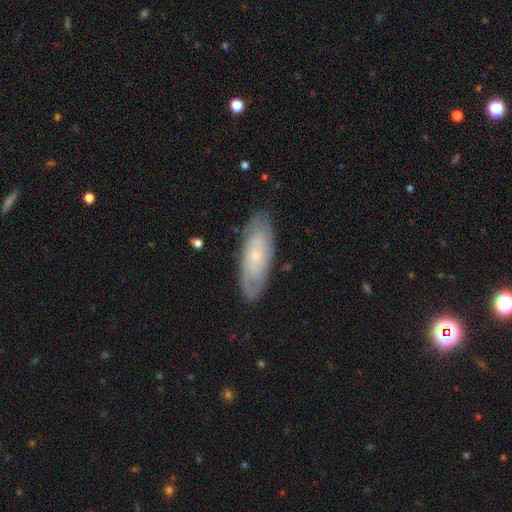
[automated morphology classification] featured or disk 58%, smooth 35%, star or artifact 6%. Down the decision tree: edge-on disk — no (81%); merging — none (82%).